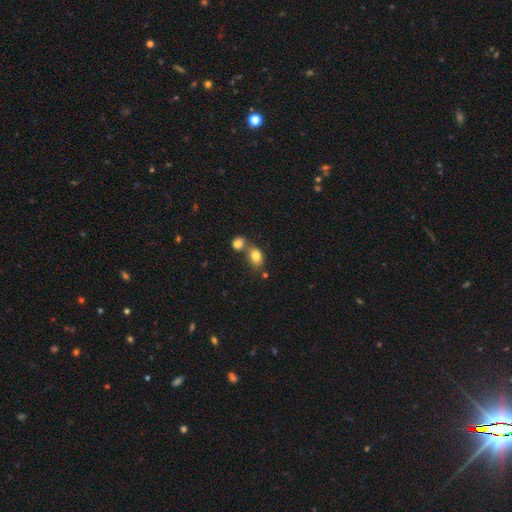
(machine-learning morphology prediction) type=smooth (82%); roundness=in between (72%); merging=none (45%).